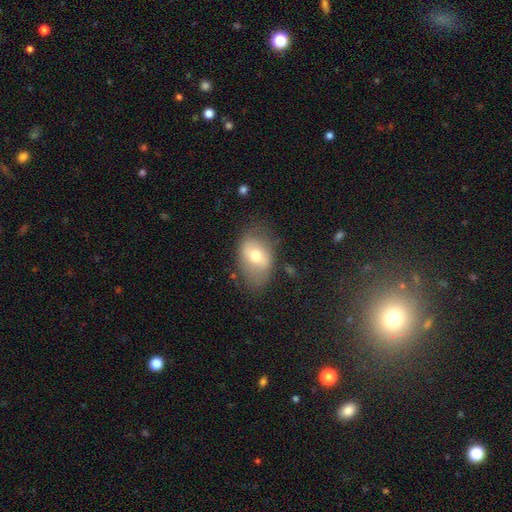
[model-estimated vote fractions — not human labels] Smooth or featured? Predicted: smooth (p=0.60). How rounded? Predicted: in between (p=0.78). Merging? Predicted: none (p=0.64).